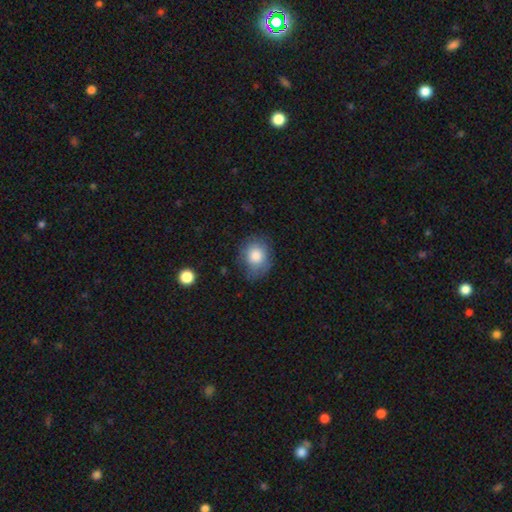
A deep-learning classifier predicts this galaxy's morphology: Smooth or featured?
  - smooth: 82% *
  - featured or disk: 10%
  - star or artifact: 8%
How rounded?
  - round: 57% *
  - in between: 42%
  - cigar-shaped: 1%
Merging?
  - none: 68% *
  - minor disturbance: 24%
  - major disturbance: 7%
  - merger: 2%